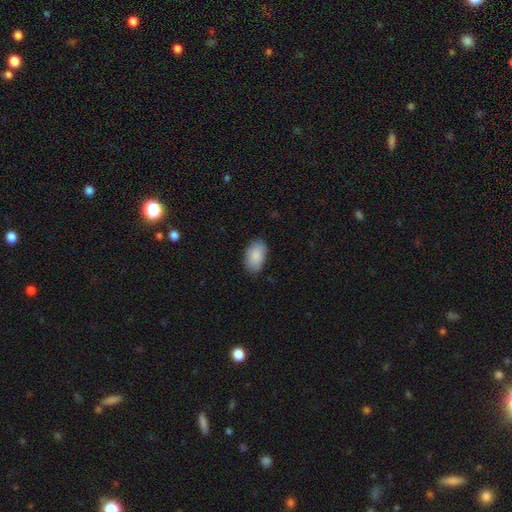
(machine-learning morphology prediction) This appears to be a smooth galaxy with no disk features (89%) that is in between round and cigar-shaped (93%). Merging: none (83%).